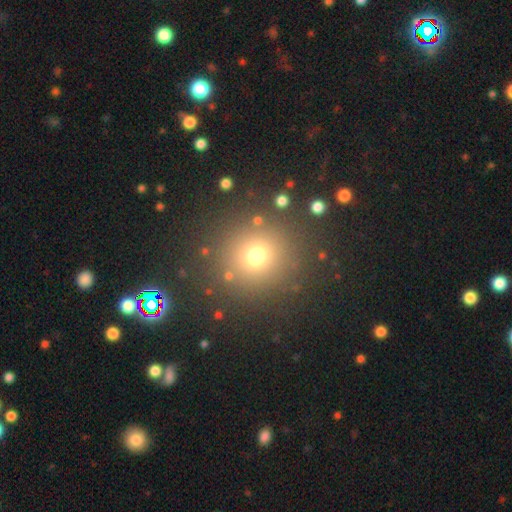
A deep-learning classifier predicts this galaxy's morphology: The model was most divided on "smooth or featured": smooth: 70%, star or artifact: 21%, featured or disk: 9%. More confident: how rounded — round (92%); merging — none (86%).